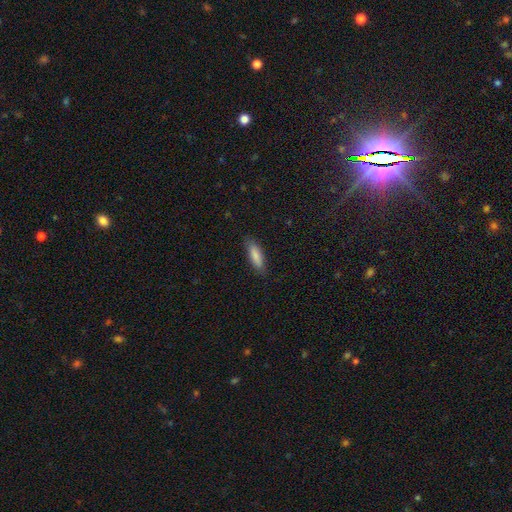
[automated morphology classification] type=smooth (85%); roundness=cigar-shaped (50%); merging=none (82%).